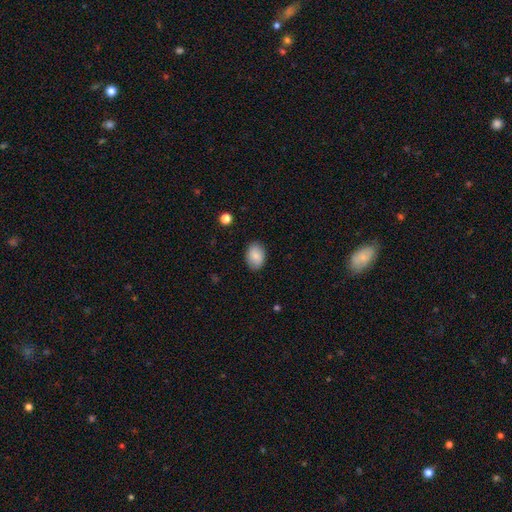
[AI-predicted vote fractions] Smooth or featured?
  - smooth: 86% *
  - featured or disk: 7%
  - star or artifact: 7%
How rounded?
  - in between: 83% *
  - round: 16%
  - cigar-shaped: 1%
Merging?
  - none: 86% *
  - minor disturbance: 10%
  - major disturbance: 2%
  - merger: 1%